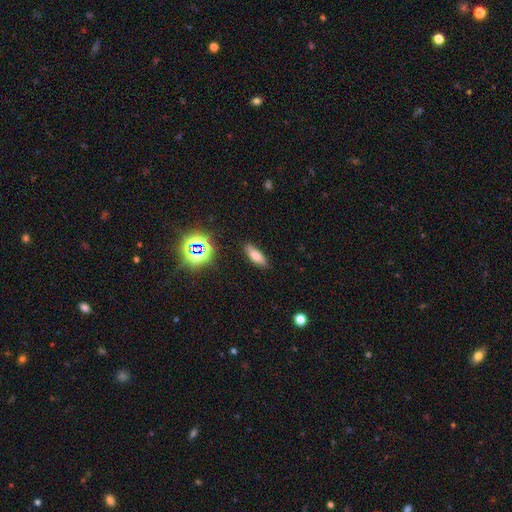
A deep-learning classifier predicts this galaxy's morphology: This is likely a smooth galaxy (70%). How rounded: likely in between (60%). Merging: clearly none (85%).